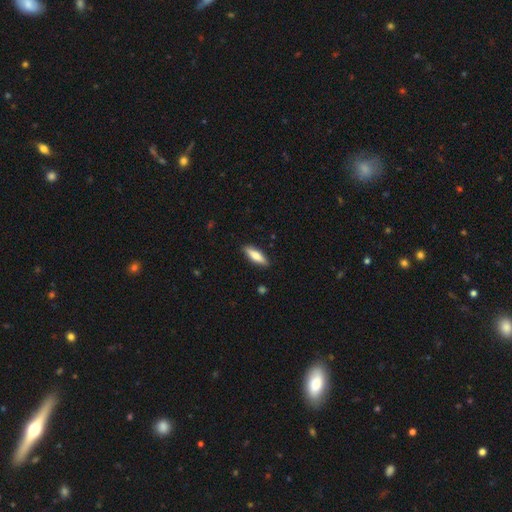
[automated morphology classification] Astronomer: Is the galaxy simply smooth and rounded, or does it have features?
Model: smooth — 70%.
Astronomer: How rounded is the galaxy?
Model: cigar-shaped — 57% (runner-up: in between, 41%).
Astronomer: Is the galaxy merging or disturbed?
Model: none — 88%.